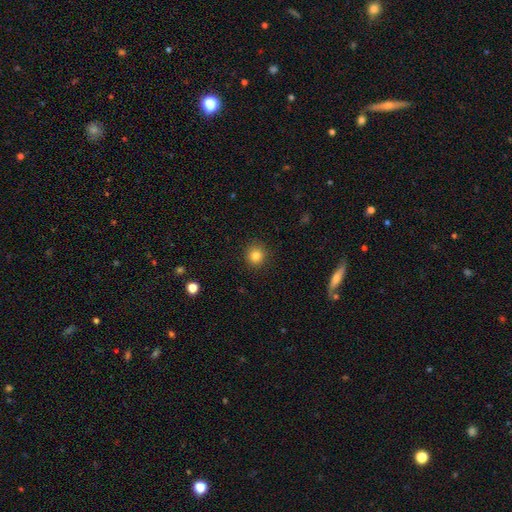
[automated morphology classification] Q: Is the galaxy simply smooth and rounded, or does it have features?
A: smooth — 82%.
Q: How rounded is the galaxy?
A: round — 92%.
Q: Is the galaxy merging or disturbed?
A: none — 91%.